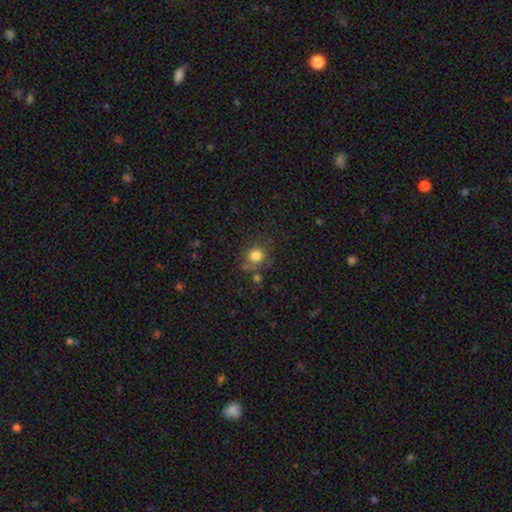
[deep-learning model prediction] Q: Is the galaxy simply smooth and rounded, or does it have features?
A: smooth — 79%.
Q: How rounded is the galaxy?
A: round — 78%.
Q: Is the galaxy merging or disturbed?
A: none — 67%.